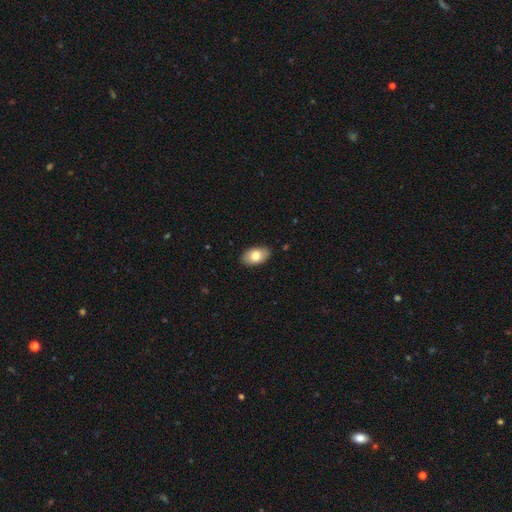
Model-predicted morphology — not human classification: smooth-or-featured: smooth: 78% | featured or disk: 15% | star or artifact: 7%
  how-rounded: in between: 93% | round: 6% | cigar-shaped: 1%
  merging: none: 88% | minor disturbance: 9% | major disturbance: 2% | merger: 1%